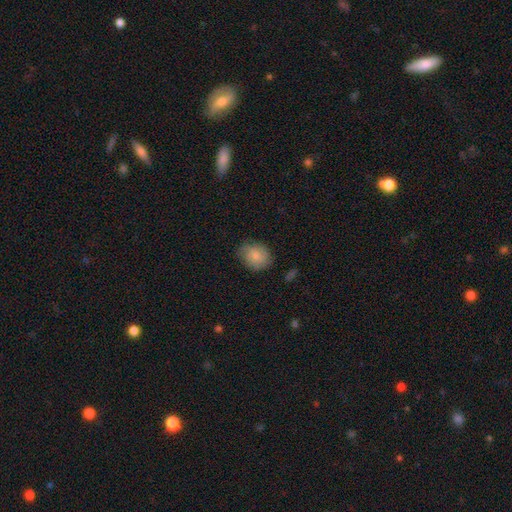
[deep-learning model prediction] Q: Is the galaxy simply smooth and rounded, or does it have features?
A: smooth — 80%.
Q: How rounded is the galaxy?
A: round — 63%.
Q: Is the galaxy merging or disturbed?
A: none — 74%.